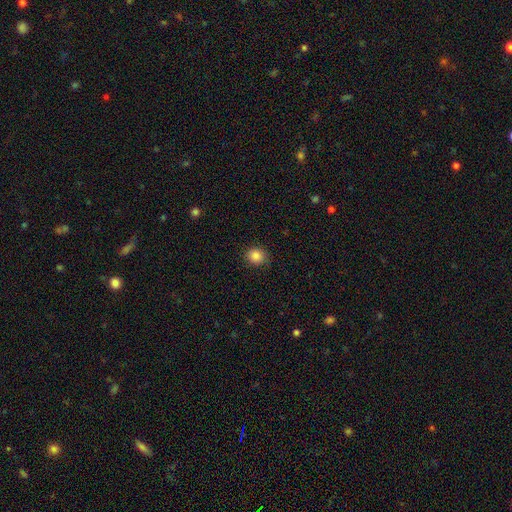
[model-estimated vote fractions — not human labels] Q: Smooth or featured?
A: smooth (86%); runner-up: star or artifact (10%)
Q: How rounded?
A: round (82%); runner-up: in between (18%)
Q: Merging?
A: none (88%); runner-up: minor disturbance (9%)